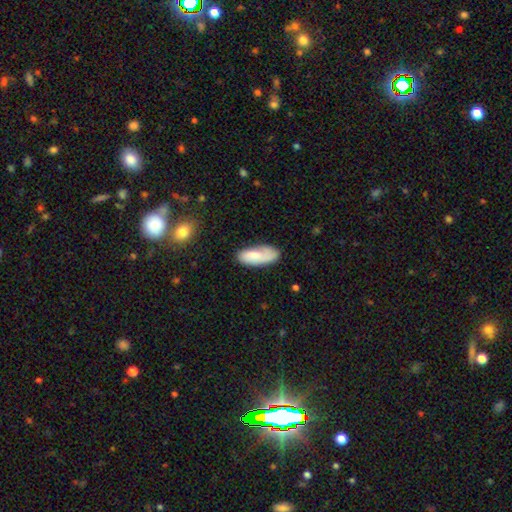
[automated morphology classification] smooth_or_featured: smooth (p=0.71) [alt: featured or disk p=0.22]
how_rounded: in between (p=0.81) [alt: cigar-shaped p=0.17]
merging: none (p=0.64) [alt: minor disturbance p=0.25]